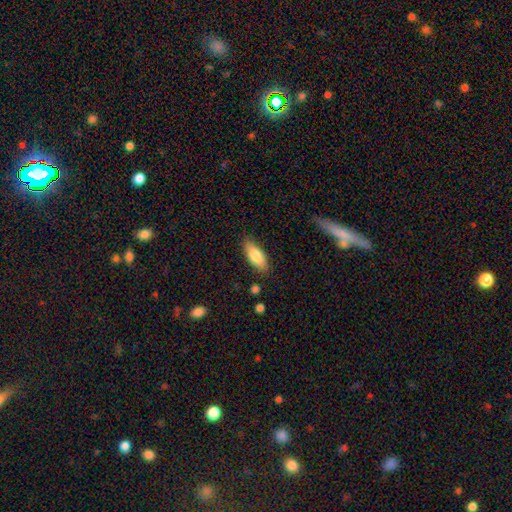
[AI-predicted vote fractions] Q: Smooth or featured?
A: smooth (81%); runner-up: featured or disk (13%)
Q: How rounded?
A: in between (78%); runner-up: cigar-shaped (20%)
Q: Merging?
A: none (84%); runner-up: minor disturbance (12%)